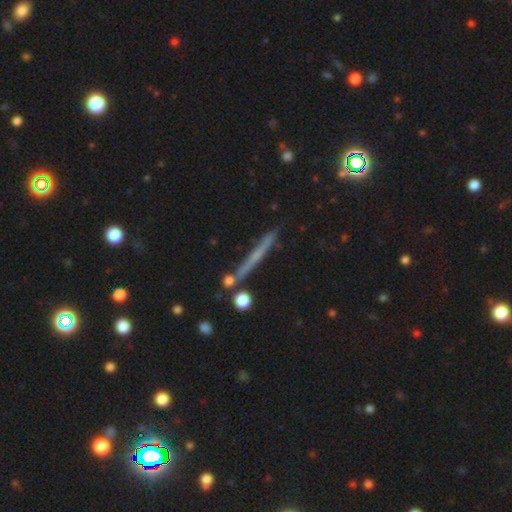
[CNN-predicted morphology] A featured or disk galaxy (49%). Merging: none (80%).